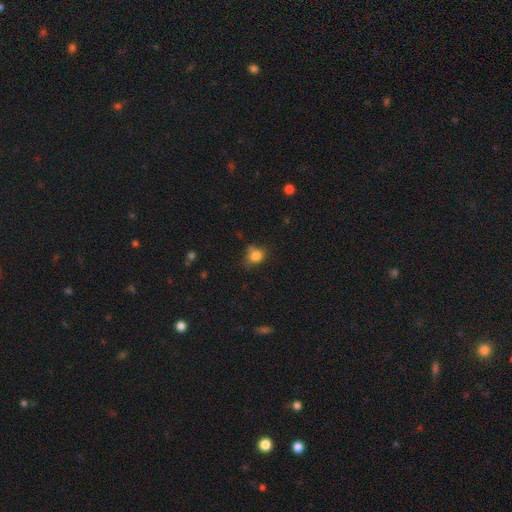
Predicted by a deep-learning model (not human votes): Smooth or featured? Predicted: smooth (p=0.80). How rounded? Predicted: round (p=0.65). Merging? Predicted: none (p=0.55).